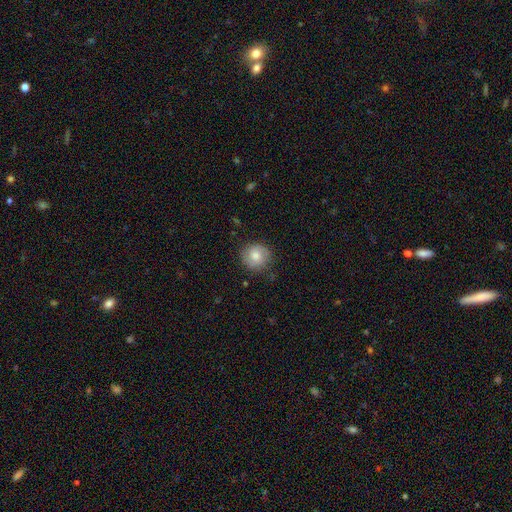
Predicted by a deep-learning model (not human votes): Smooth or featured: smooth — 73% (featured or disk — 19%)
How rounded: round — 88% (in between — 11%)
Merging: none — 79% (minor disturbance — 16%)